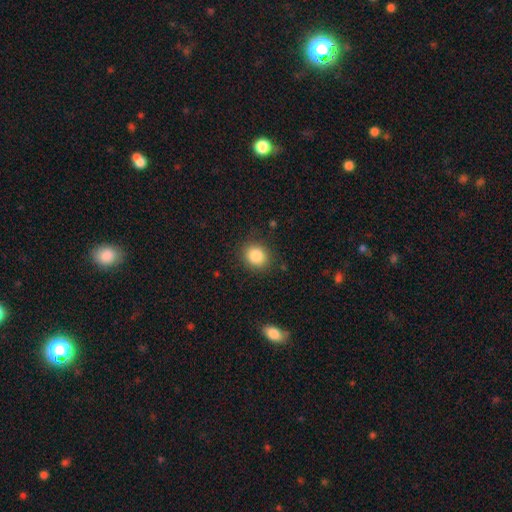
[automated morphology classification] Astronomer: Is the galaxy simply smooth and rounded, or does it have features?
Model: smooth — 86%.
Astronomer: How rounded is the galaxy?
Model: round — 71%.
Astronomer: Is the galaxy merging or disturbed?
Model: none — 86%.